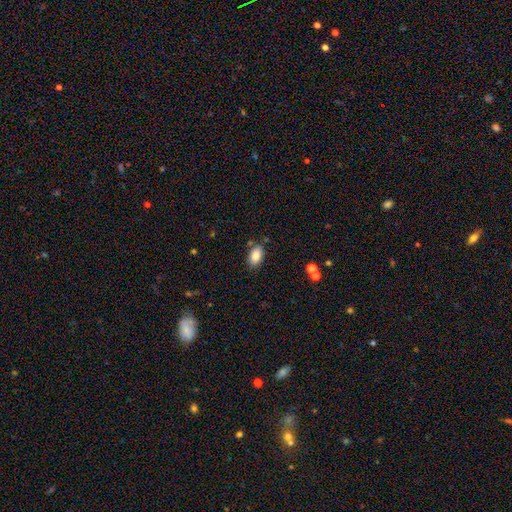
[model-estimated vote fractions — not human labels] smooth 86%, star or artifact 8%, featured or disk 6%. Down the decision tree: how rounded — in between (92%); merging — none (79%).